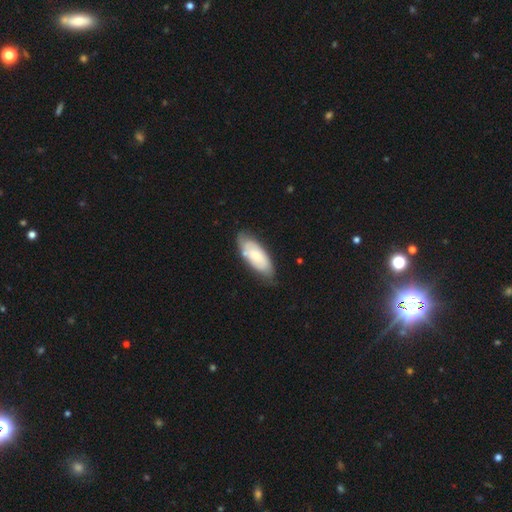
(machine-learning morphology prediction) smooth-or-featured: smooth: 61% | featured or disk: 33% | star or artifact: 6%
  how-rounded: in between: 82% | cigar-shaped: 16% | round: 2%
  merging: none: 66% | minor disturbance: 24% | major disturbance: 5% | merger: 5%